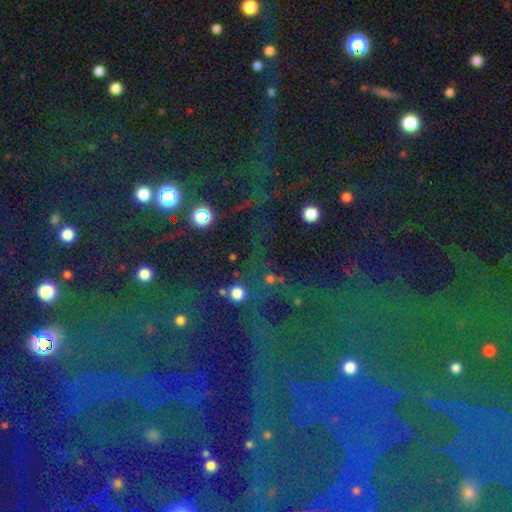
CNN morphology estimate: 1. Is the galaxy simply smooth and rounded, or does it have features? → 78% star or artifact, 12% smooth, 10% featured or disk.